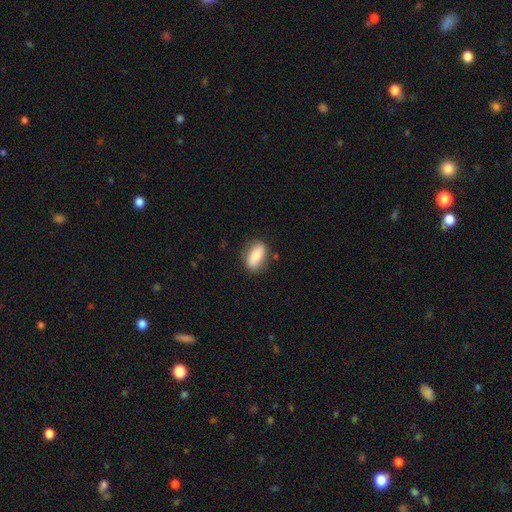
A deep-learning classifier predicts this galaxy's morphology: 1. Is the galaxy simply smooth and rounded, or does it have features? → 79% smooth, 15% featured or disk, 6% star or artifact.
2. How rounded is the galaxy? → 85% in between, 10% cigar-shaped, 5% round.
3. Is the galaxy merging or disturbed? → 79% none, 15% minor disturbance, 4% major disturbance, 2% merger.